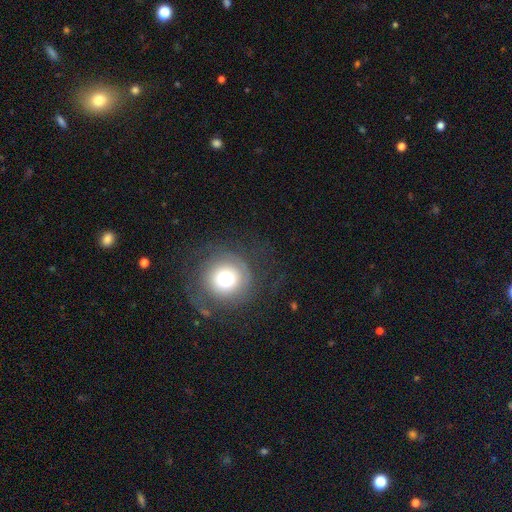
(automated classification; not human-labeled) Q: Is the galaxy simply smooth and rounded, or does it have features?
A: smooth — 53%.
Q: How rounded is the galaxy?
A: round — 91%.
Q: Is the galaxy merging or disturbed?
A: none — 85%.